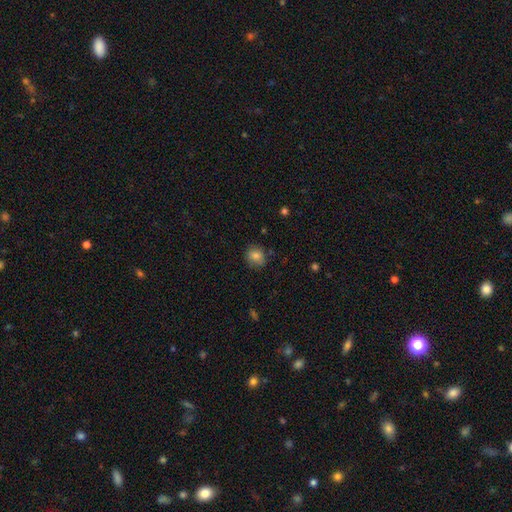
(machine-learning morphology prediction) Q: Smooth or featured?
A: smooth (83%); runner-up: star or artifact (10%)
Q: How rounded?
A: round (78%); runner-up: in between (21%)
Q: Merging?
A: none (80%); runner-up: minor disturbance (15%)